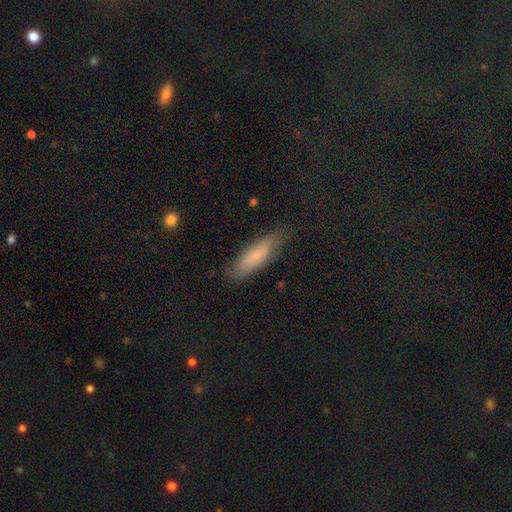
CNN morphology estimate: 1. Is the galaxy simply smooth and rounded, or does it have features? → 66% smooth, 24% featured or disk, 9% star or artifact.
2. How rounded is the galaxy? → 54% cigar-shaped, 43% in between, 2% round.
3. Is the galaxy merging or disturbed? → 75% none, 19% minor disturbance, 5% major disturbance, 1% merger.